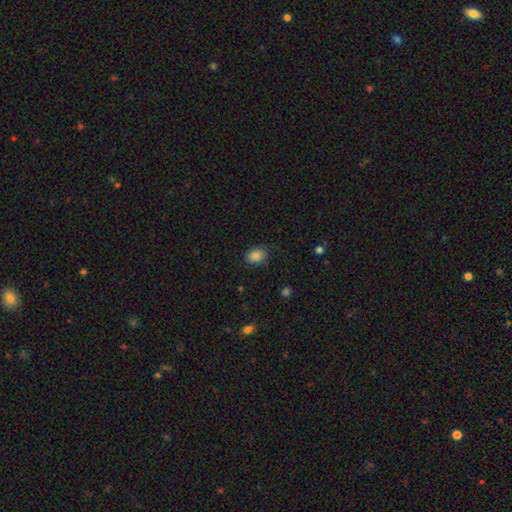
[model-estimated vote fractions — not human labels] Smooth or featured? Predicted: smooth (p=0.85). How rounded? Predicted: in between (p=0.67). Merging? Predicted: none (p=0.79).